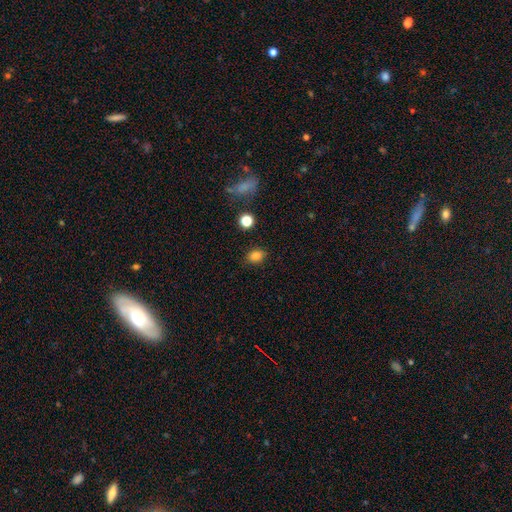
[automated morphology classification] smooth-or-featured: smooth: 82% | star or artifact: 12% | featured or disk: 5%
  how-rounded: in between: 58% | round: 41% | cigar-shaped: 1%
  merging: none: 86% | minor disturbance: 9% | major disturbance: 3% | merger: 2%